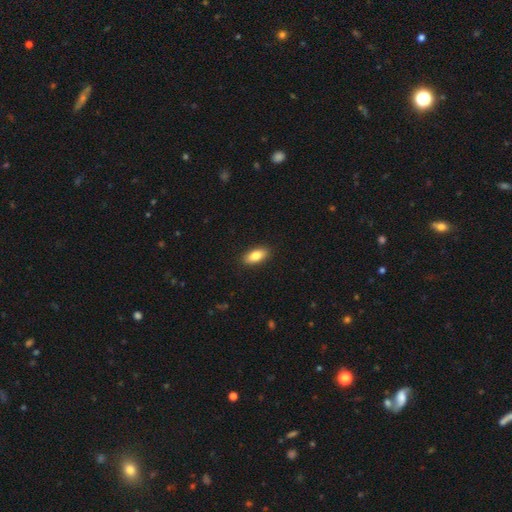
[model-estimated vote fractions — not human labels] The model was most divided on "smooth or featured": smooth: 82%, featured or disk: 11%, star or artifact: 7%. More confident: merging — none (90%); how rounded — in between (87%).